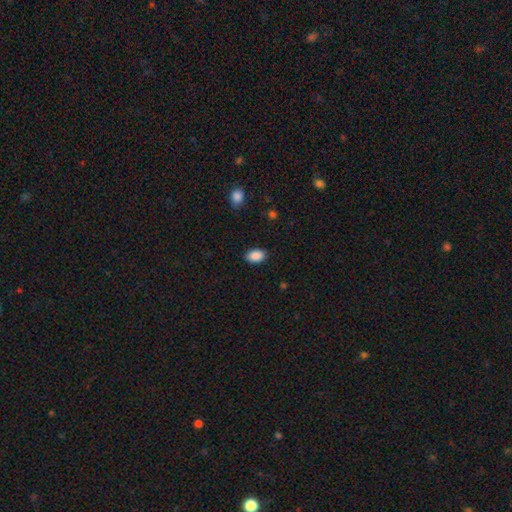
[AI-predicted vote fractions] smooth-or-featured: smooth: 89% | star or artifact: 8% | featured or disk: 3%
  how-rounded: in between: 87% | round: 12% | cigar-shaped: 1%
  merging: none: 86% | minor disturbance: 10% | major disturbance: 2% | merger: 1%